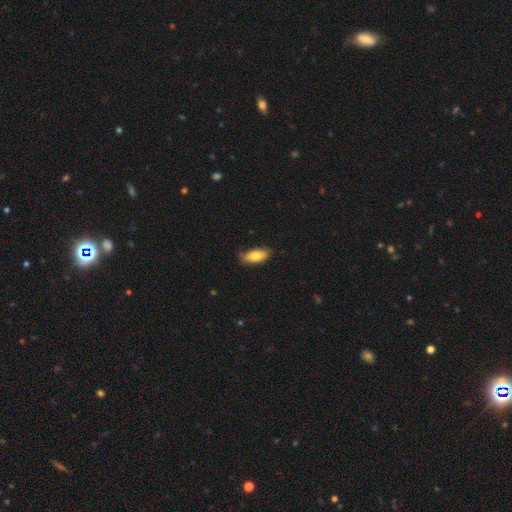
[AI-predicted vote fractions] The model was most divided on "smooth or featured": smooth: 77%, featured or disk: 16%, star or artifact: 6%. More confident: how rounded — in between (86%); merging — none (79%).